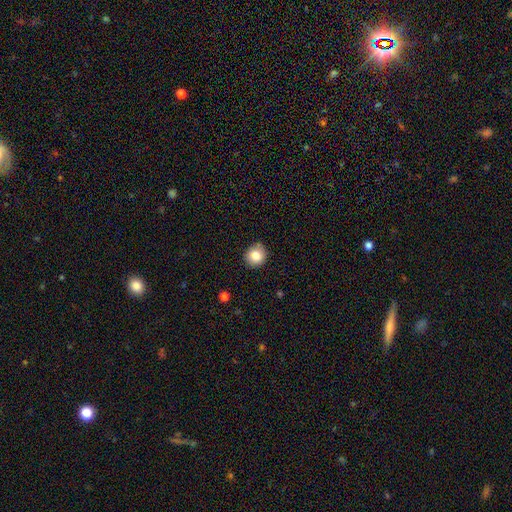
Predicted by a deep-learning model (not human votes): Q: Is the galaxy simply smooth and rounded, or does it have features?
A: smooth — 83%.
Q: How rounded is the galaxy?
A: round — 86%.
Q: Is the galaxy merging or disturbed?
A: none — 87%.